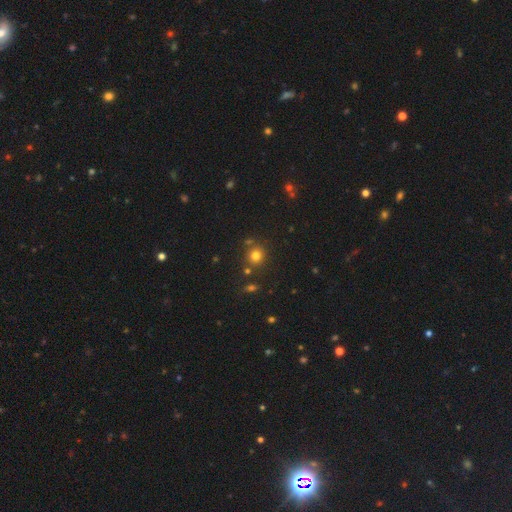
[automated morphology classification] smooth 76%, star or artifact 17%, featured or disk 8%. Down the decision tree: how rounded — round (89%); merging — none (78%).